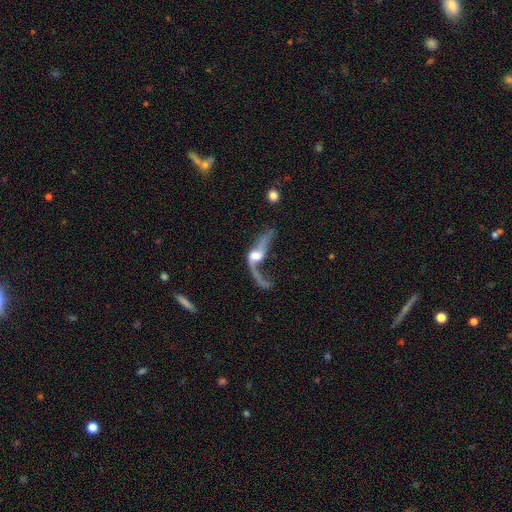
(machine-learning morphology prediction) This appears to be a featured or disk galaxy (74%) with no bar (67%), spiral arms (76%) and a moderate central bulge (56%). Merging: major disturbance (50%).